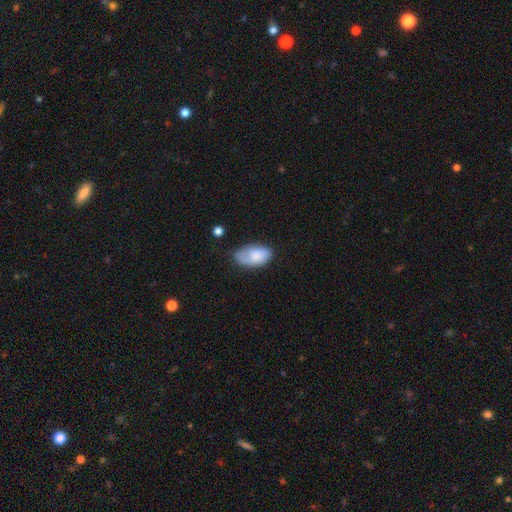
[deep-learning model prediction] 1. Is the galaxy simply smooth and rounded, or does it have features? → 77% smooth, 16% featured or disk, 7% star or artifact.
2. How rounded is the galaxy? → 94% in between, 4% round, 2% cigar-shaped.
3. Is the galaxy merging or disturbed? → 54% none, 32% minor disturbance, 10% major disturbance, 5% merger.